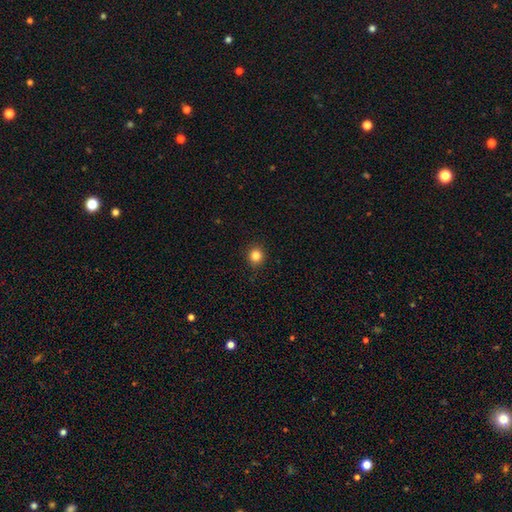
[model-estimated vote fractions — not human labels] Morphology: type=smooth (84%); roundness=round (89%); merging=none (91%).